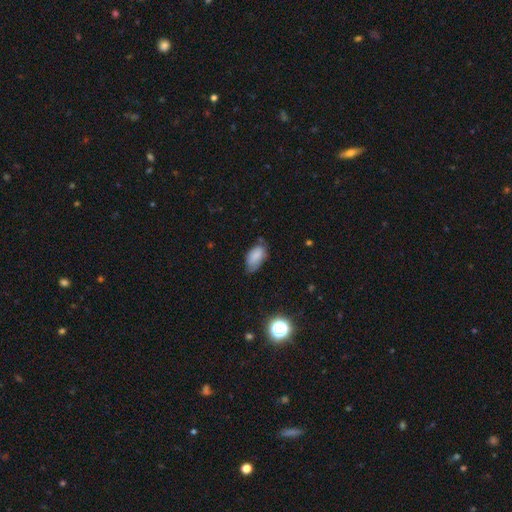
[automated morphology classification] smooth_or_featured: smooth (p=0.81) [alt: featured or disk p=0.10]
how_rounded: in between (p=0.93) [alt: round p=0.04]
merging: none (p=0.52) [alt: minor disturbance p=0.38]